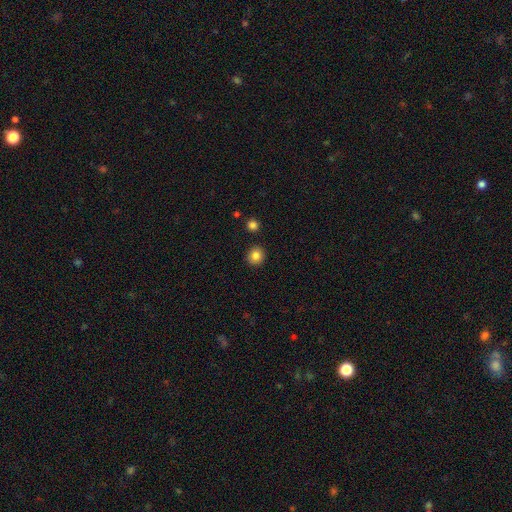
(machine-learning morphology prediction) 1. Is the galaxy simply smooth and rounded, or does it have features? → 84% smooth, 10% star or artifact, 6% featured or disk.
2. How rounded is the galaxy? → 89% round, 10% in between, 1% cigar-shaped.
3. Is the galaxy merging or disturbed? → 91% none, 5% minor disturbance, 2% merger, 2% major disturbance.